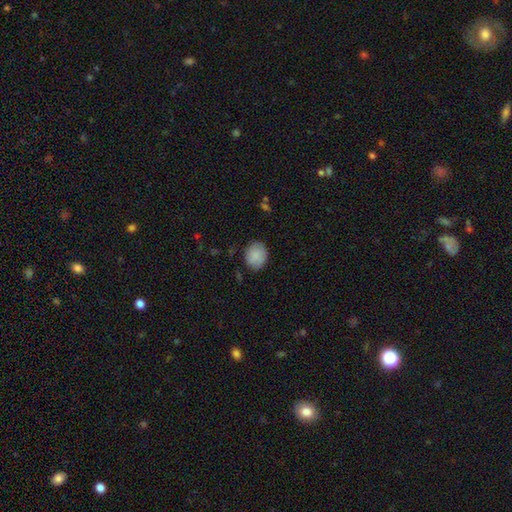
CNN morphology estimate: Smooth or featured? smooth (87%)
How rounded? round (58%)
Merging? none (81%)